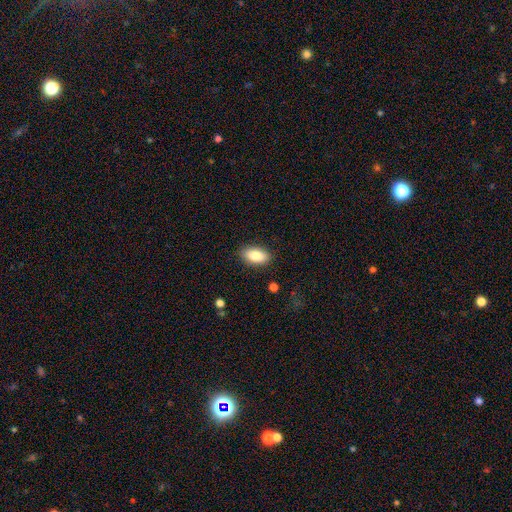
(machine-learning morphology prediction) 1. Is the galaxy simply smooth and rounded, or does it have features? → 86% smooth, 7% featured or disk, 7% star or artifact.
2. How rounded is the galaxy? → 92% in between, 4% round, 4% cigar-shaped.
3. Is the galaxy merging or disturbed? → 87% none, 9% minor disturbance, 2% major disturbance, 1% merger.